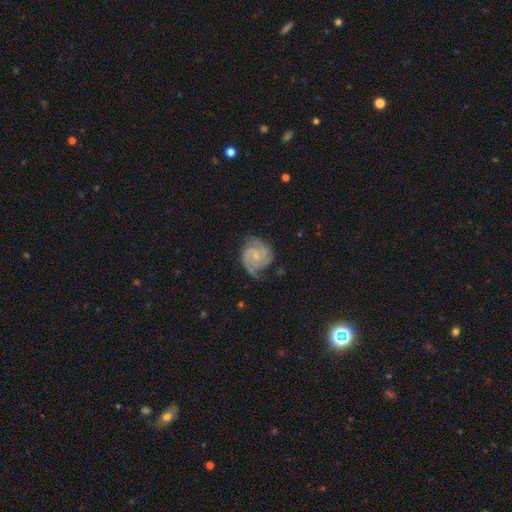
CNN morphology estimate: Smooth or featured? Predicted: featured or disk (p=0.91). Edge-on disk? Predicted: no (p=0.98). Bar? Predicted: no (p=0.64). Spiral arms? Predicted: yes (p=0.98). Spiral winding? Predicted: tight (p=0.64). Spiral arm count? Predicted: 2 (p=0.42). Bulge size? Predicted: small (p=0.70). Merging? Predicted: none (p=0.73).